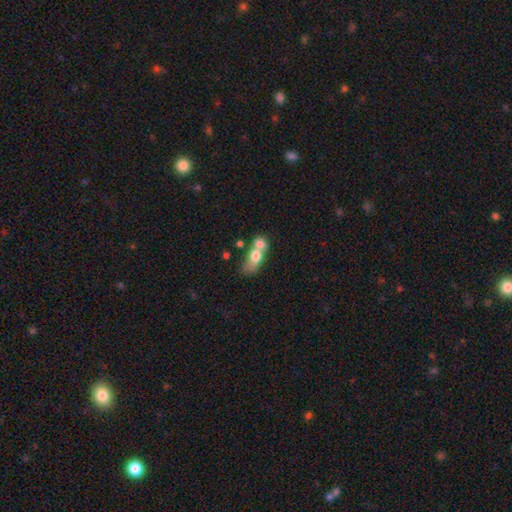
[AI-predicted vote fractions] smooth-or-featured: smooth: 68% | featured or disk: 23% | star or artifact: 9%
  how-rounded: in between: 59% | round: 35% | cigar-shaped: 6%
  merging: merger: 73% | none: 13% | major disturbance: 7% | minor disturbance: 6%